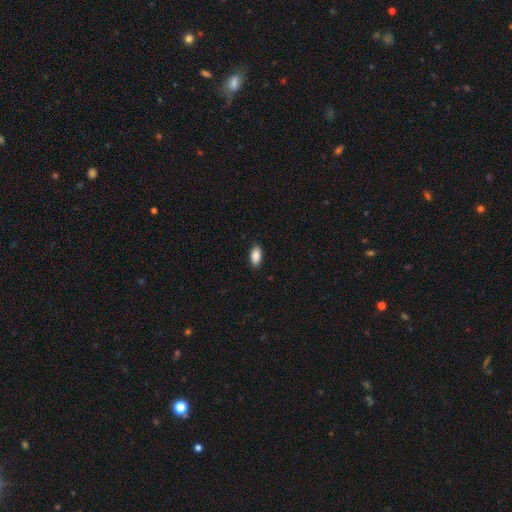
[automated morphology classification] This is clearly a smooth galaxy (89%). How rounded: clearly in between (92%). Merging: clearly none (88%).